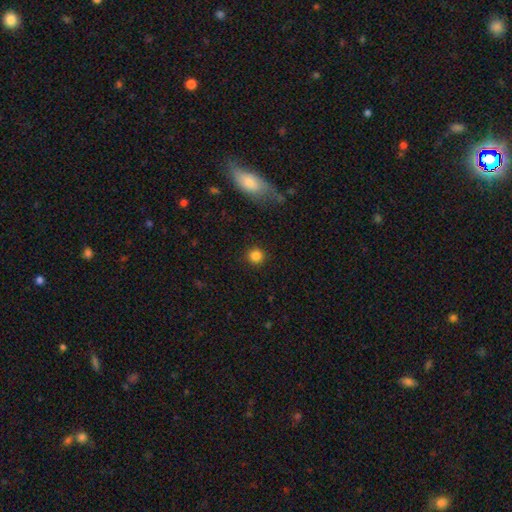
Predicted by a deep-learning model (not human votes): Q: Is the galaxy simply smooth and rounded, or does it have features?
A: smooth — 84%.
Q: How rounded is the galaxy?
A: round — 94%.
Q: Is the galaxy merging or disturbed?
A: none — 91%.